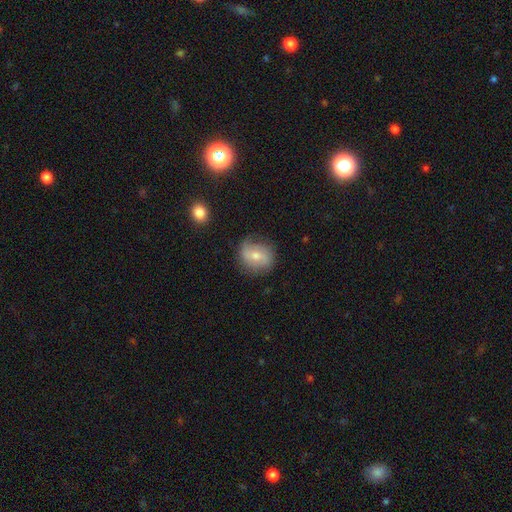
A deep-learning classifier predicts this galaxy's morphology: Overall: smooth (48%; featured or disk 43%). Merging: none (63%; minor disturbance 26%).